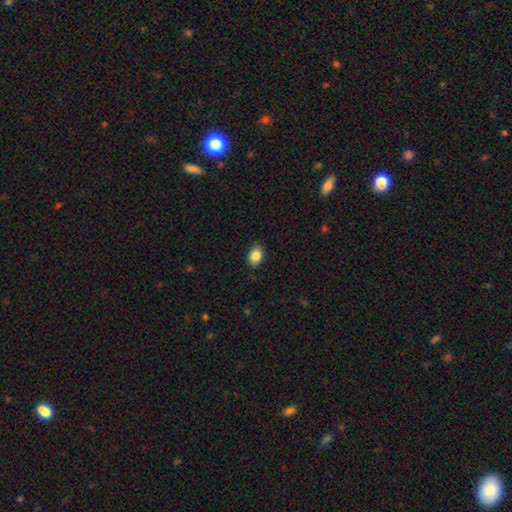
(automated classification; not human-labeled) Q: Smooth or featured?
A: smooth (86%); runner-up: star or artifact (8%)
Q: How rounded?
A: in between (77%); runner-up: round (22%)
Q: Merging?
A: none (87%); runner-up: minor disturbance (10%)